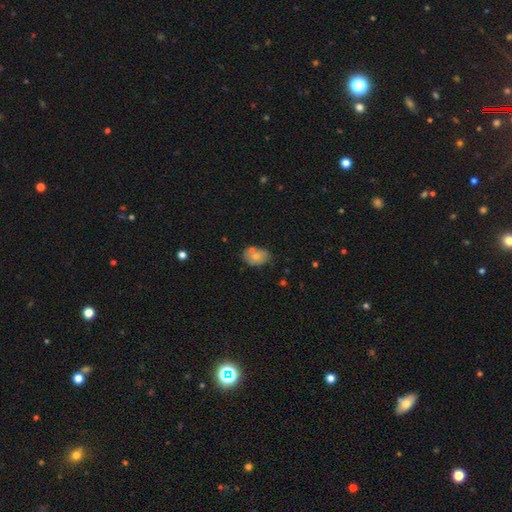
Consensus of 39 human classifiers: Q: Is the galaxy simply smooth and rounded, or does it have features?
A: smooth — 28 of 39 (72%).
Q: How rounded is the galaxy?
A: in between — 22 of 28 (79%).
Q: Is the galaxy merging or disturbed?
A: none — 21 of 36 (58%).